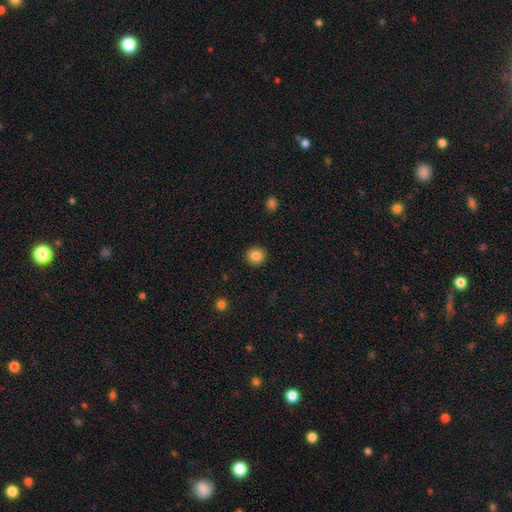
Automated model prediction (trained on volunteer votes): Overall: smooth (85%). How rounded: round (93%). Merging: none (93%).